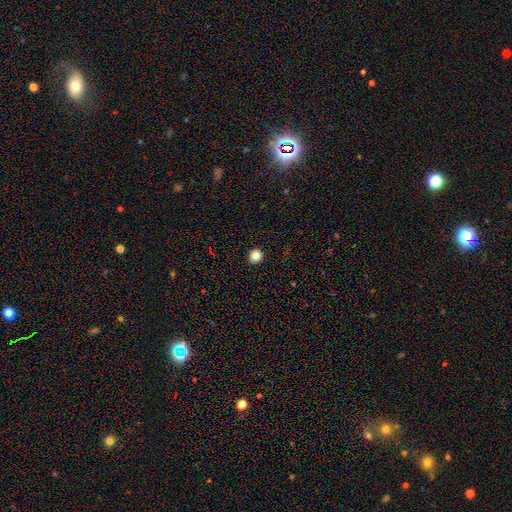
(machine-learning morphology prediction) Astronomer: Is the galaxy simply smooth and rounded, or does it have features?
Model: smooth — 85%.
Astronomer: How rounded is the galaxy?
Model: round — 90%.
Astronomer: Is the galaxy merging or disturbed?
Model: none — 92%.